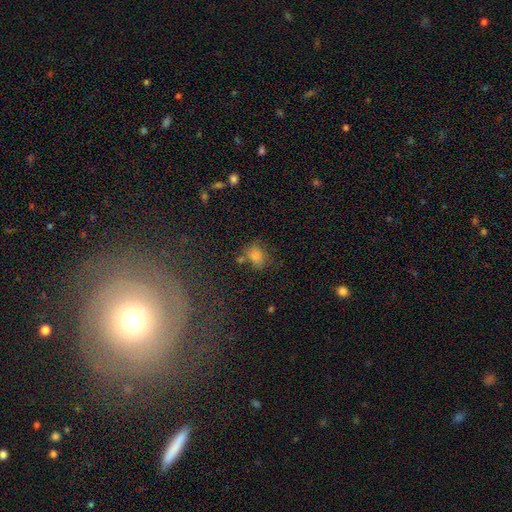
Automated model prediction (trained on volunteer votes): This is likely a smooth galaxy (77%). How rounded: likely in between (62%). Merging: possibly none (49%).